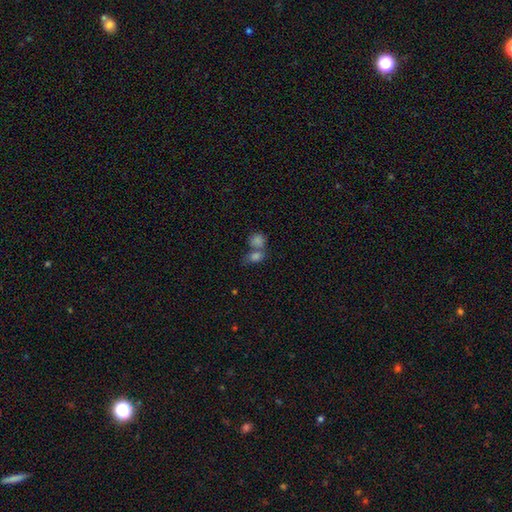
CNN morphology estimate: Smooth or featured? smooth (77%)
How rounded? in between (59%)
Merging? merger (54%)